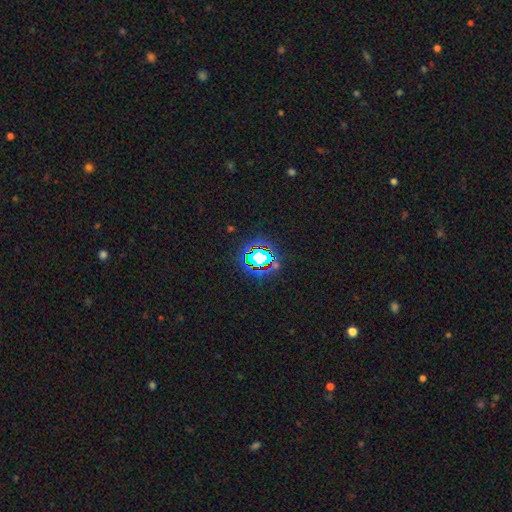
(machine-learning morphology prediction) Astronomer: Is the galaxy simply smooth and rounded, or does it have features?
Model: star or artifact — 65%.